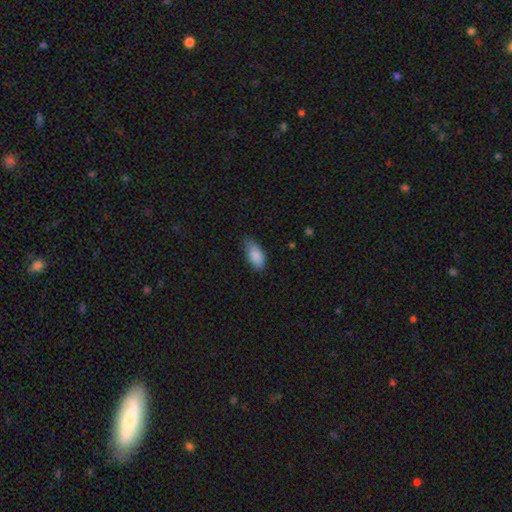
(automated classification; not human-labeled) This appears to be a smooth galaxy with no disk features (88%) that is in between round and cigar-shaped (92%). Merging: none (68%).